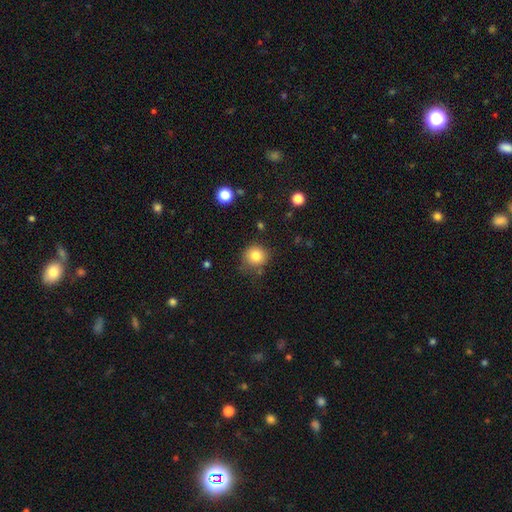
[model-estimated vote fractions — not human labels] Smooth or featured?
  - smooth: 82% *
  - star or artifact: 11%
  - featured or disk: 7%
How rounded?
  - round: 90% *
  - in between: 9%
  - cigar-shaped: 1%
Merging?
  - none: 76% *
  - minor disturbance: 16%
  - major disturbance: 4%
  - merger: 3%